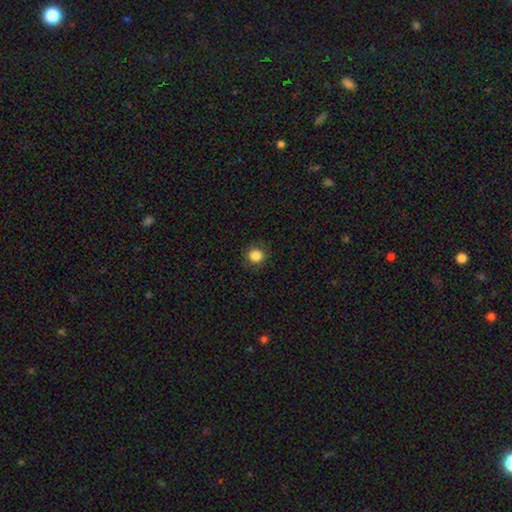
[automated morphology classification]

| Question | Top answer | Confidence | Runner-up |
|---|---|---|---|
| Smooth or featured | smooth | 85% | star or artifact (11%) |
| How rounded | round | 91% | in between (8%) |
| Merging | none | 89% | minor disturbance (8%) |